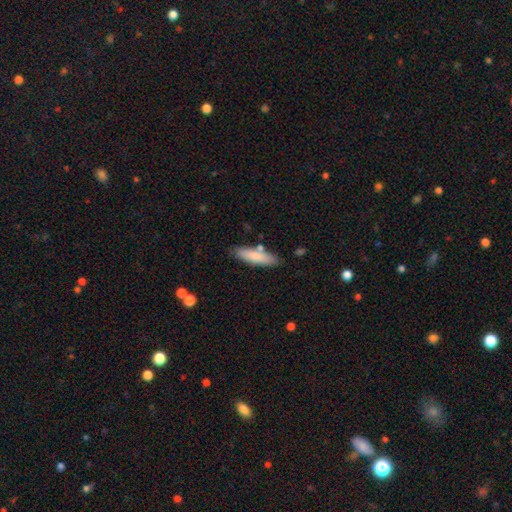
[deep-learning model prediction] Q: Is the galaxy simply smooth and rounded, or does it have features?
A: smooth — 81%.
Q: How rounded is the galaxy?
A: cigar-shaped — 68%.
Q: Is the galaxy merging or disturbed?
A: none — 80%.